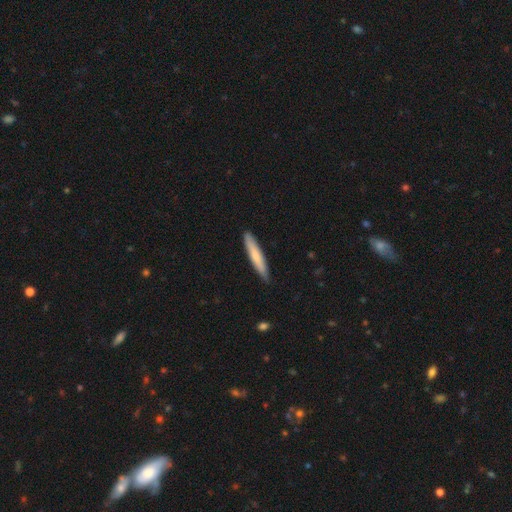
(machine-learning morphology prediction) type=smooth (73%); roundness=cigar-shaped (92%); merging=none (88%).